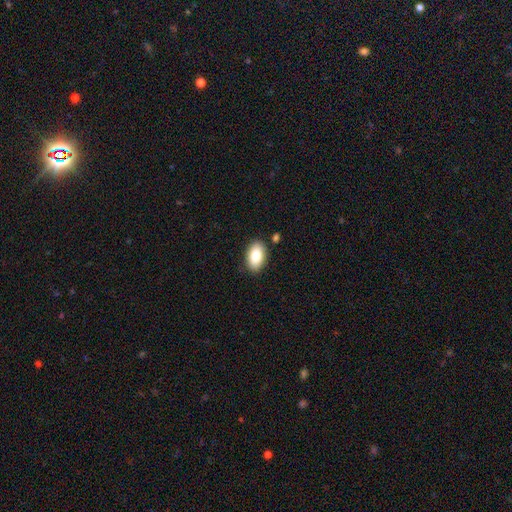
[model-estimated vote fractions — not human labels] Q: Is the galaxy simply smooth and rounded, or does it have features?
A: smooth — 83%.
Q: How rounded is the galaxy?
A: in between — 93%.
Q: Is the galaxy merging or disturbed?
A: none — 86%.